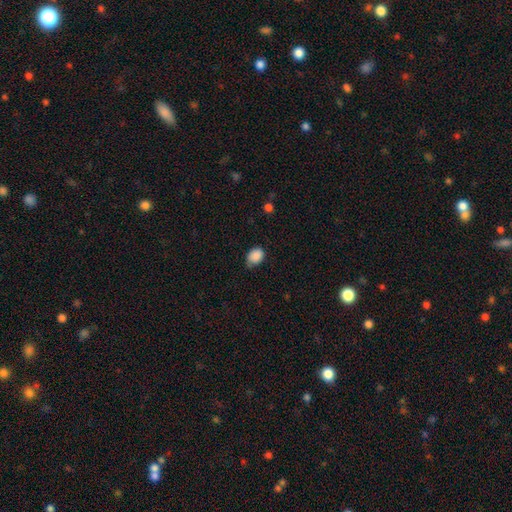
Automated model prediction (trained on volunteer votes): smooth-or-featured: smooth: 88% | star or artifact: 8% | featured or disk: 4%
  how-rounded: in between: 65% | round: 34% | cigar-shaped: 1%
  merging: none: 59% | minor disturbance: 34% | major disturbance: 5% | merger: 2%